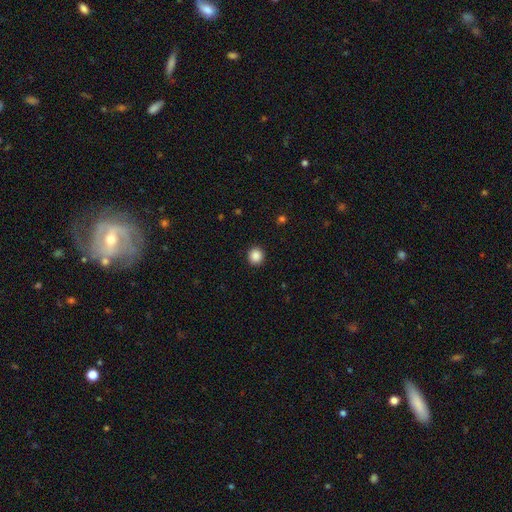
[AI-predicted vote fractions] Overall: smooth (88%). How rounded: round (91%). Merging: none (92%).